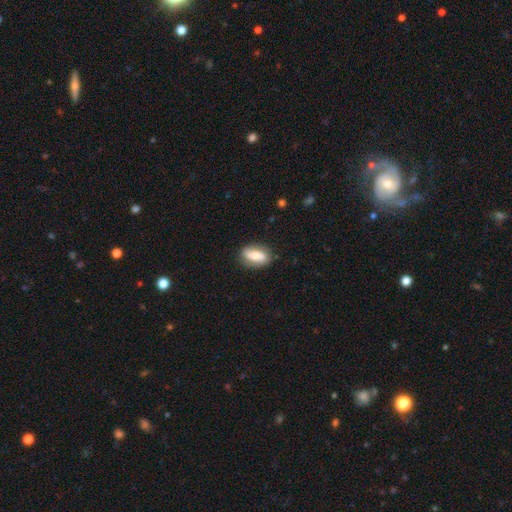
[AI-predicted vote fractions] smooth-or-featured: smooth: 60% | featured or disk: 34% | star or artifact: 7%
  how-rounded: in between: 85% | round: 8% | cigar-shaped: 7%
  merging: none: 81% | minor disturbance: 15% | major disturbance: 3% | merger: 1%